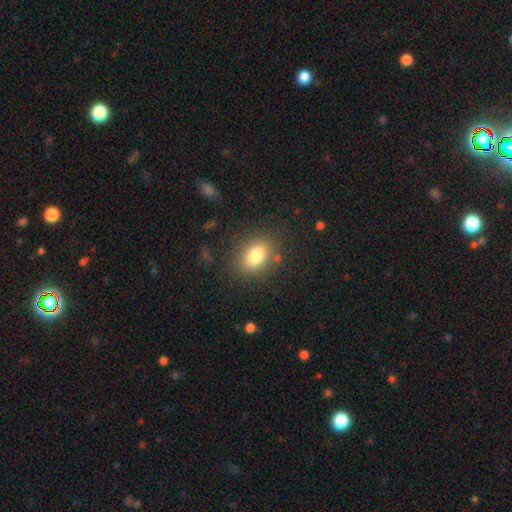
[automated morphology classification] The model was most divided on "how rounded": in between: 68%, round: 31%, cigar-shaped: 2%. More confident: merging — none (81%); smooth or featured — smooth (79%).